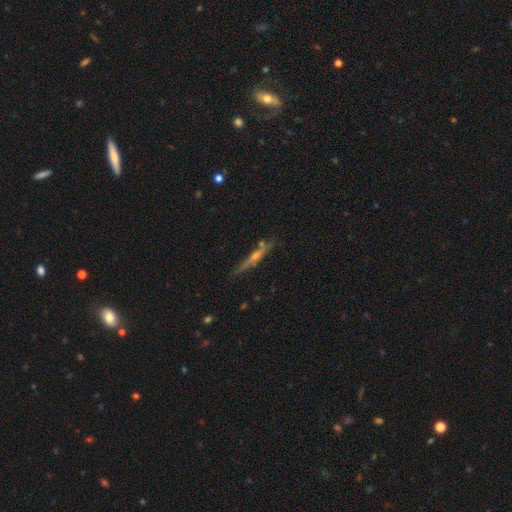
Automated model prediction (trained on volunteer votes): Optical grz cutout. It shows a featured or disk galaxy (70%) viewed edge-on (95%) with a rounded central bulge (77%). Merging: none (77%).